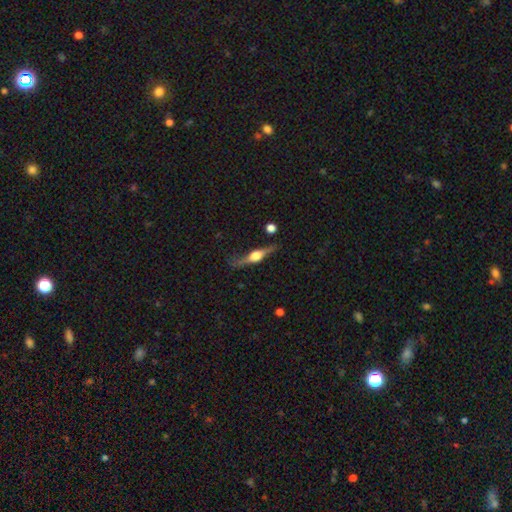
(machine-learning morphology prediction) smooth_or_featured: featured or disk (p=0.79) [alt: smooth p=0.15]
disk_edge_on: yes (p=0.95) [alt: no p=0.05]
edge_on_bulge: rounded (p=0.94) [alt: boxy p=0.04]
merging: none (p=0.74) [alt: minor disturbance p=0.16]